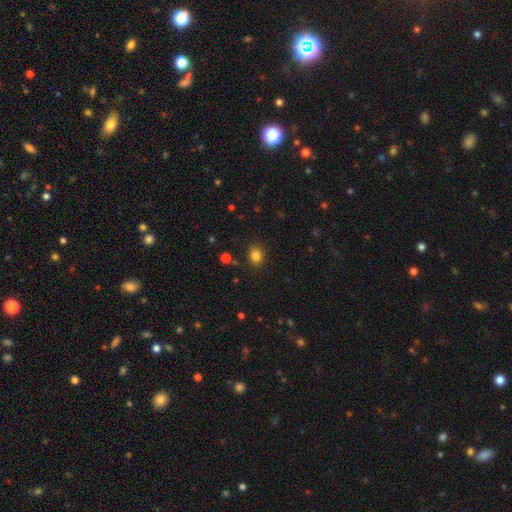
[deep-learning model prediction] A smooth galaxy with no disk features (83%) that is round (62%).

Vote fractions:
- Smooth or featured? smooth: 83% / star or artifact: 12% / featured or disk: 5%
- How rounded? round: 62% / in between: 37% / cigar-shaped: 1%
- Merging? none: 87% / minor disturbance: 8% / major disturbance: 3% / merger: 2%